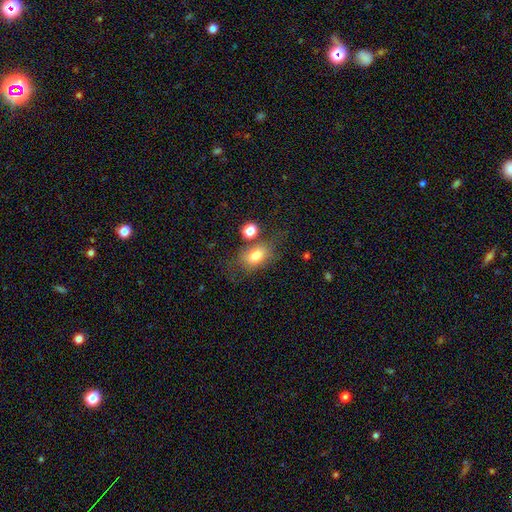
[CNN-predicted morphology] smooth-or-featured: smooth: 76% | featured or disk: 14% | star or artifact: 10%
  how-rounded: in between: 78% | round: 20% | cigar-shaped: 2%
  merging: none: 54% | minor disturbance: 20% | merger: 14% | major disturbance: 12%